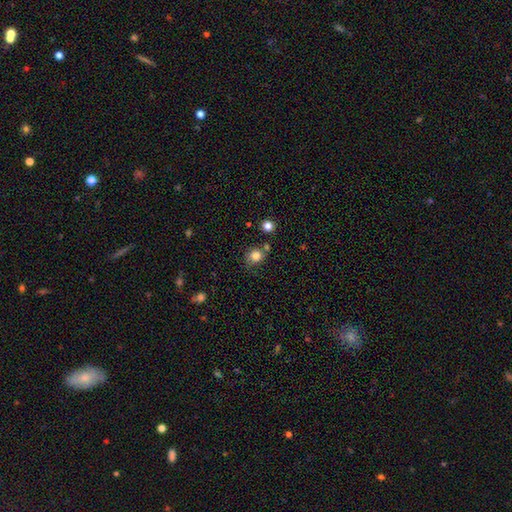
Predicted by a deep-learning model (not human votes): Smooth or featured? Predicted: smooth (p=0.82). How rounded? Predicted: round (p=0.79). Merging? Predicted: none (p=0.63).